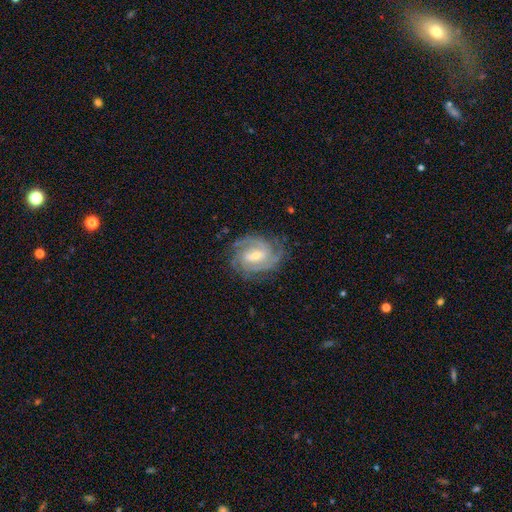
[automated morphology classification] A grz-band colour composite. It shows a featured or disk galaxy (90%) with a weak bar (51%), 3 (33%) tight (63%) spiral arms (98%) and a small central bulge (53%). Merging: none (78%).